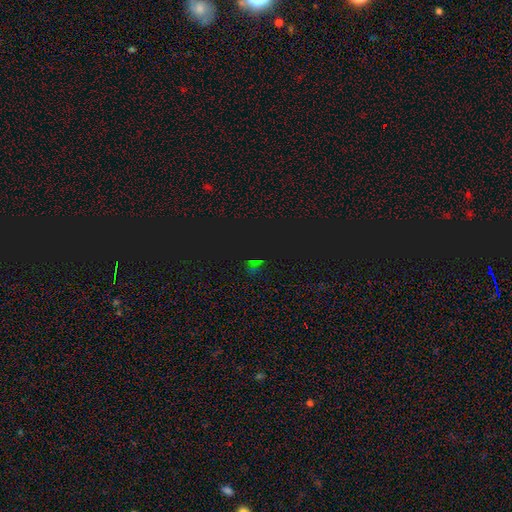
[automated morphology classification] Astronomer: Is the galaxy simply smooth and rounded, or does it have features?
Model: star or artifact — 74%.